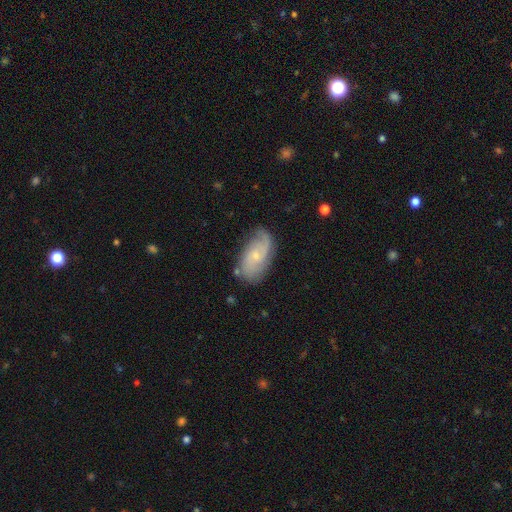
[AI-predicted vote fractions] featured or disk 70%, smooth 23%, star or artifact 7%. Down the decision tree: edge-on disk — no (95%); bar — no (68%); spiral arms — yes (91%); spiral arm count — 2 (62%); spiral winding — medium (42%); bulge size — small (74%); merging — none (69%).